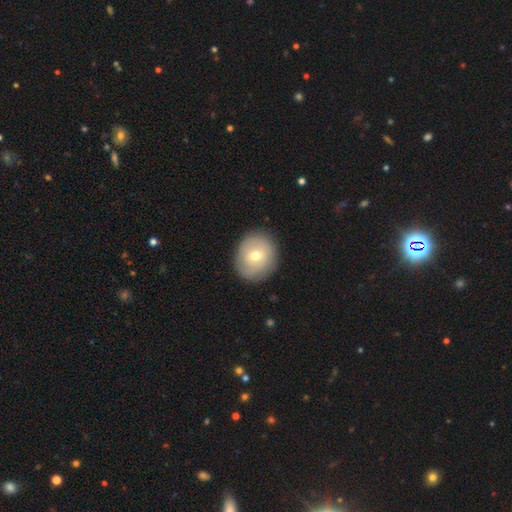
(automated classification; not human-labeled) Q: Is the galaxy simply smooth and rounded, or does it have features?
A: smooth — 58%.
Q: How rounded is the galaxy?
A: round — 74%.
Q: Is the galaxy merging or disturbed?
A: none — 86%.